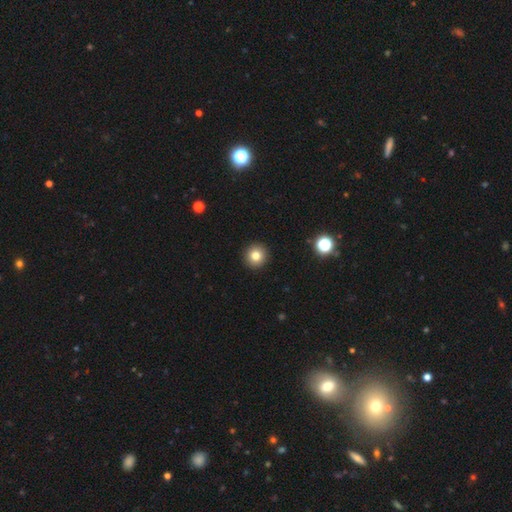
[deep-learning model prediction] A smooth galaxy with no disk features (80%) that is round (94%). Merging: none (93%).